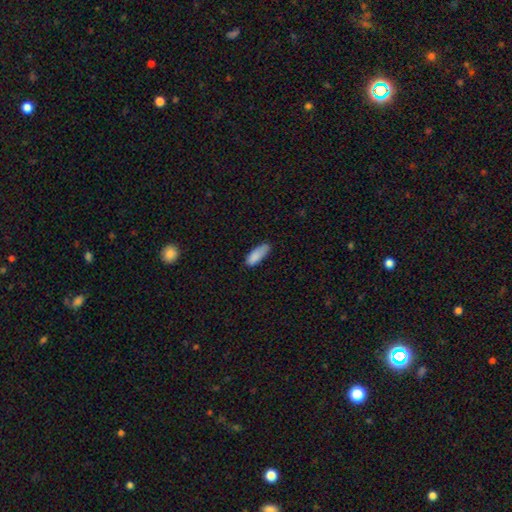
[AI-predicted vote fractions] Smooth or featured? smooth (87%)
How rounded? in between (73%)
Merging? none (65%)